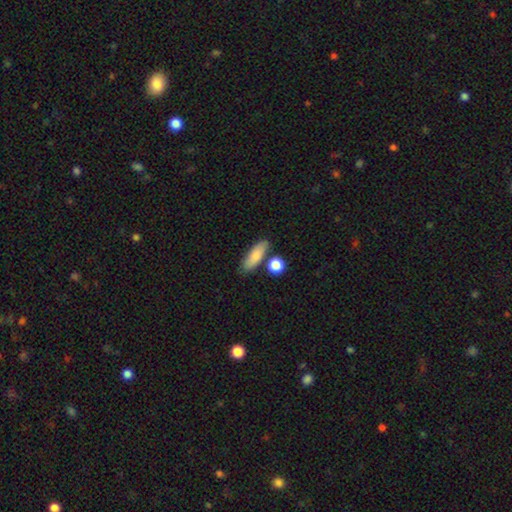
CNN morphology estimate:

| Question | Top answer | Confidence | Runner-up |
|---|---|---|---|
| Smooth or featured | smooth | 81% | featured or disk (13%) |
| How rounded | in between | 62% | cigar-shaped (33%) |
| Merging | none | 72% | minor disturbance (14%) |